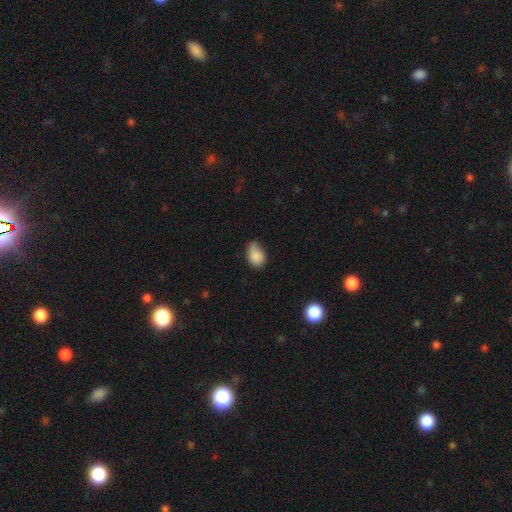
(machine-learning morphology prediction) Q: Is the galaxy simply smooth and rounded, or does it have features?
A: smooth — 85%.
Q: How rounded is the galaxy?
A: in between — 77%.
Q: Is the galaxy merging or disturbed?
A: minor disturbance — 44%.